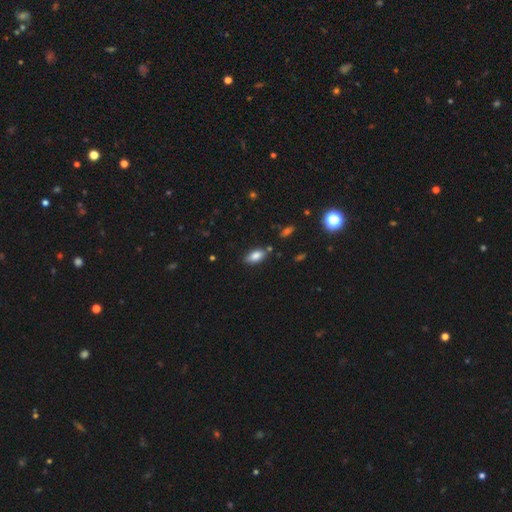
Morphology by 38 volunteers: This appears to be a smooth galaxy with no disk features (76%) that is in between round and cigar-shaped (93%). Merging: none (75%).